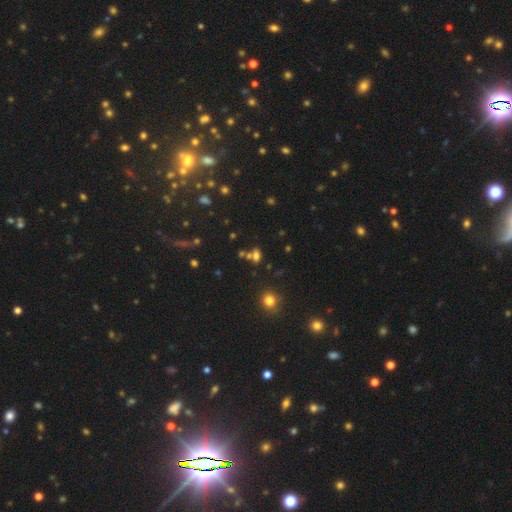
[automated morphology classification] This appears to be a smooth galaxy with no disk features (62%) that is in between round and cigar-shaped (65%). Merging: none (50%).